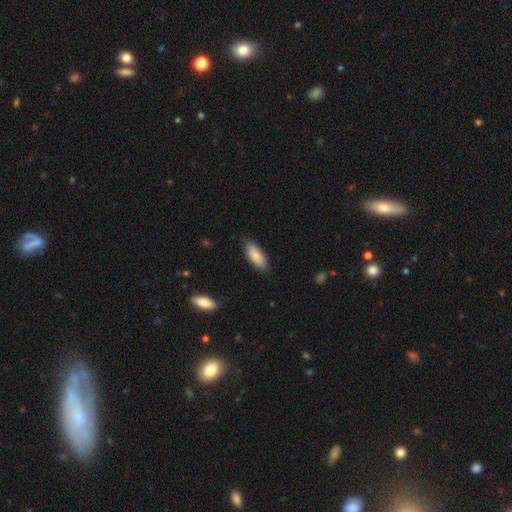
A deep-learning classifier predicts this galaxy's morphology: Smooth or featured?
  - smooth: 86% *
  - featured or disk: 8%
  - star or artifact: 6%
How rounded?
  - in between: 79% *
  - cigar-shaped: 20%
  - round: 2%
Merging?
  - none: 84% *
  - minor disturbance: 13%
  - major disturbance: 2%
  - merger: 1%